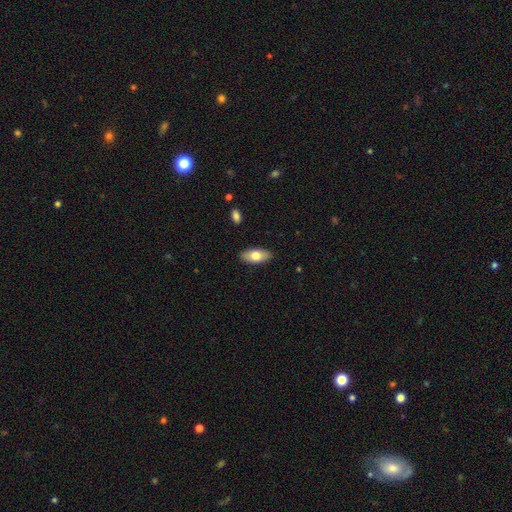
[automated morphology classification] The model was most divided on "smooth or featured": smooth: 75%, featured or disk: 19%, star or artifact: 6%. More confident: how rounded — in between (89%); merging — none (89%).